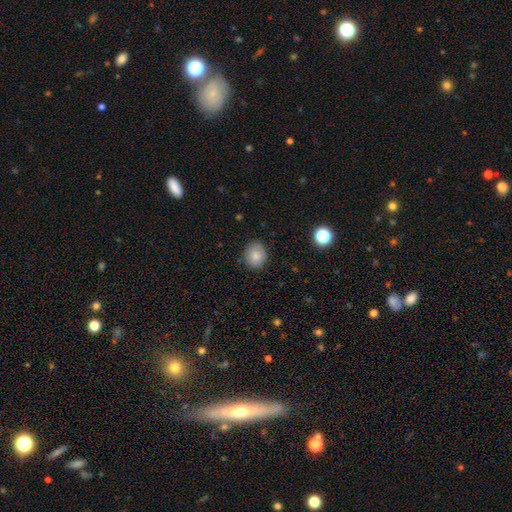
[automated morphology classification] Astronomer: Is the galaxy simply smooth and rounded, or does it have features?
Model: smooth — 84%.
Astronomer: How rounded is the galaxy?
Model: round — 66%.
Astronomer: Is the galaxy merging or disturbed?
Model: none — 82%.